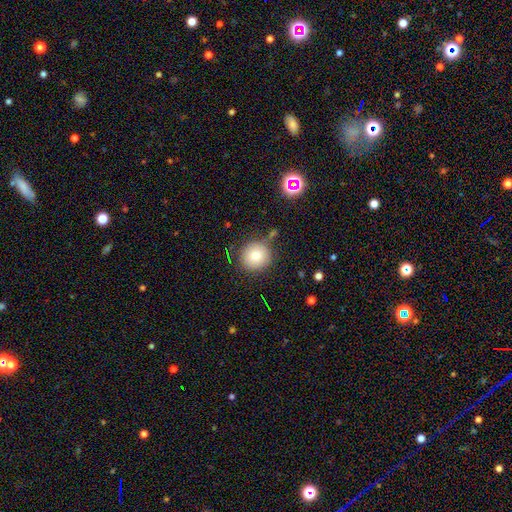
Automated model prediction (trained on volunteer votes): This appears to be a smooth galaxy with no disk features (81%) that is round (91%). Merging: none (80%).